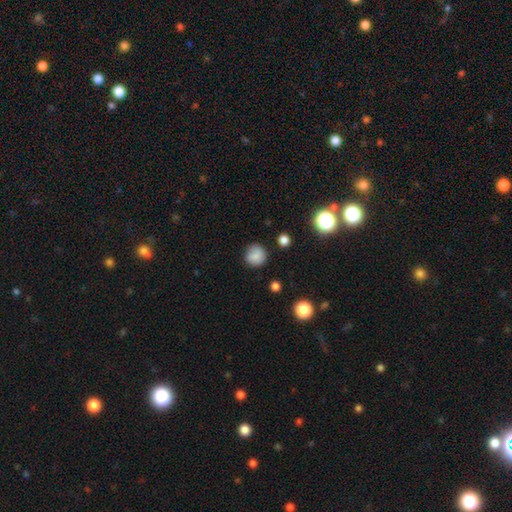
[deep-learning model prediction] smooth-or-featured: smooth: 83% | star or artifact: 11% | featured or disk: 6%
  how-rounded: round: 92% | in between: 7% | cigar-shaped: 1%
  merging: none: 82% | minor disturbance: 13% | major disturbance: 3% | merger: 2%